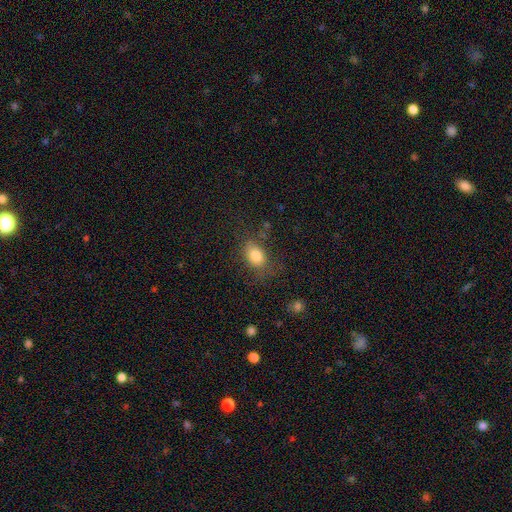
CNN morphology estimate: The model was most divided on "merging": none: 67%, minor disturbance: 20%, major disturbance: 10%, merger: 3%. More confident: smooth or featured — smooth (81%); how rounded — in between (75%).